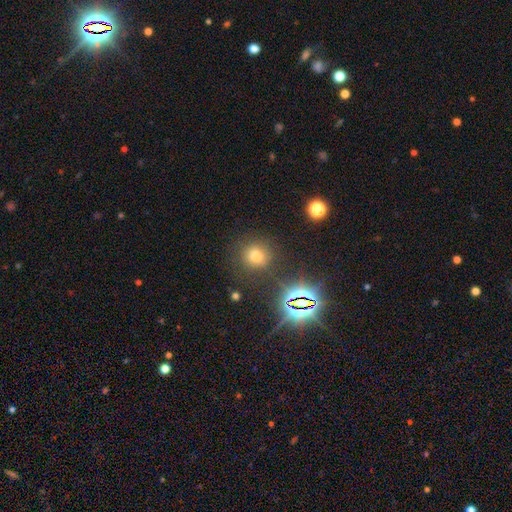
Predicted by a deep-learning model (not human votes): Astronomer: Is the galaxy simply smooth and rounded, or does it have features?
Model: smooth — 62%.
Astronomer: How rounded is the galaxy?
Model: round — 87%.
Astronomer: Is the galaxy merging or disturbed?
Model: none — 83%.